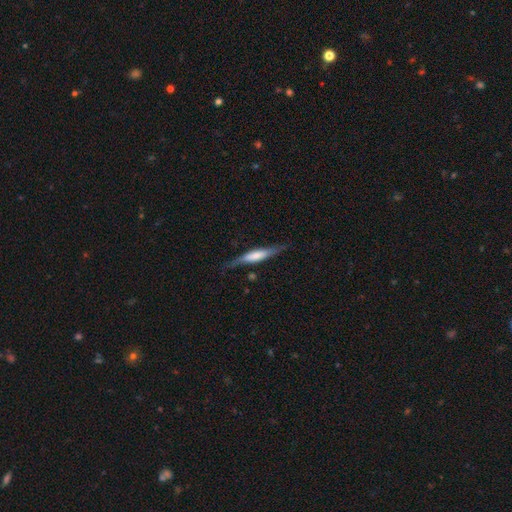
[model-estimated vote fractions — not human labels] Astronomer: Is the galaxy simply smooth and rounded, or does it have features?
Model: featured or disk — 49% (runner-up: smooth, 45%).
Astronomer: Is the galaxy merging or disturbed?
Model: none — 76%.